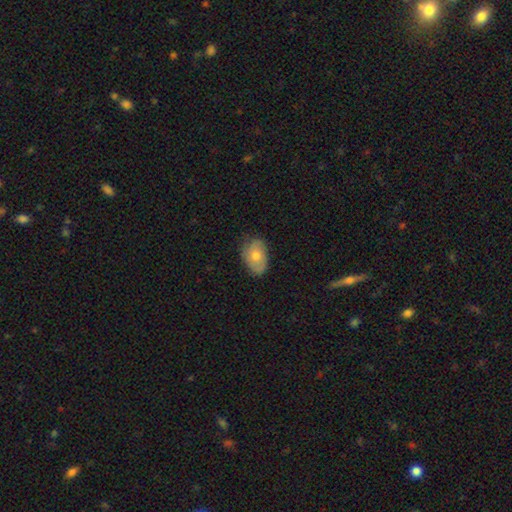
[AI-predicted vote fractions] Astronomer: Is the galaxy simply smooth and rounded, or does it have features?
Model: smooth — 67%.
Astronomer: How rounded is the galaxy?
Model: in between — 86%.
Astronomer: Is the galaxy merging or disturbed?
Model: none — 70%.